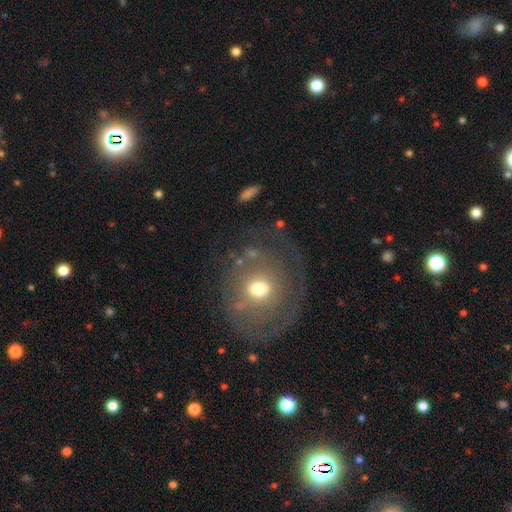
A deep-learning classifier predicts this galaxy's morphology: smooth-or-featured: featured or disk: 52% | smooth: 32% | star or artifact: 15%
  disk-edge-on: no: 95% | yes: 5%
  merging: none: 70% | minor disturbance: 16% | major disturbance: 11% | merger: 3%